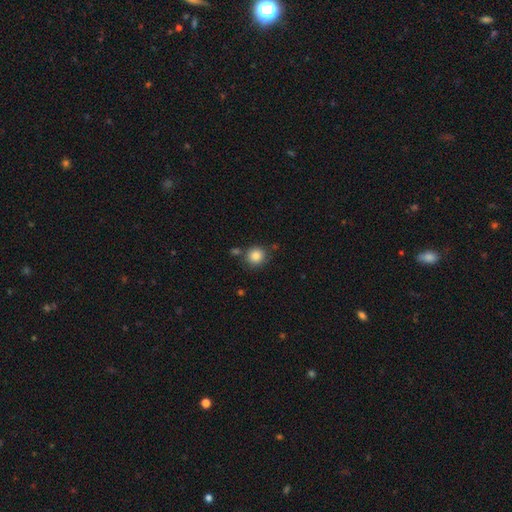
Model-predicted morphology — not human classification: The model was most divided on "merging": none: 76%, minor disturbance: 11%, merger: 9%, major disturbance: 3%. More confident: how rounded — round (91%); smooth or featured — smooth (85%).